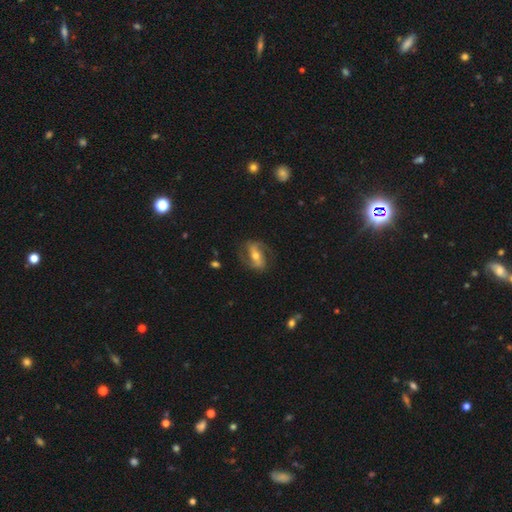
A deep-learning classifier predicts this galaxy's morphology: smooth_or_featured: featured or disk (p=0.76) [alt: smooth p=0.17]
disk_edge_on: no (p=0.91) [alt: yes p=0.09]
bar: strong (p=0.55) [alt: weak p=0.26]
has_spiral_arms: yes (p=0.86) [alt: no p=0.14]
spiral_winding: medium (p=0.44) [alt: loose p=0.30]
spiral_arm_count: 2 (p=0.86) [alt: can't tell p=0.07]
bulge_size: moderate (p=0.60) [alt: small p=0.33]
merging: none (p=0.75) [alt: minor disturbance p=0.15]